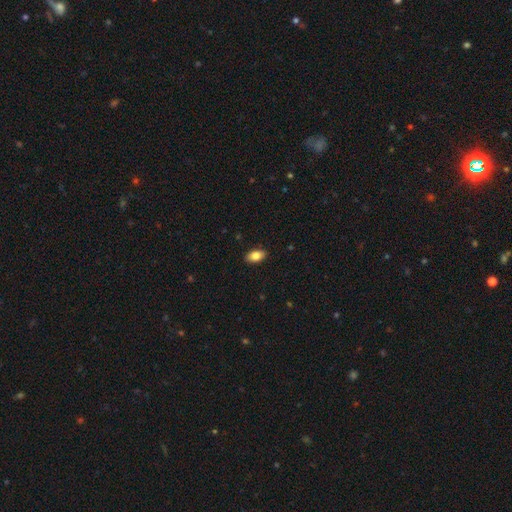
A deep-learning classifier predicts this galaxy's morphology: This appears to be a smooth galaxy with no disk features (84%) that is in between round and cigar-shaped (91%). Merging: none (90%).